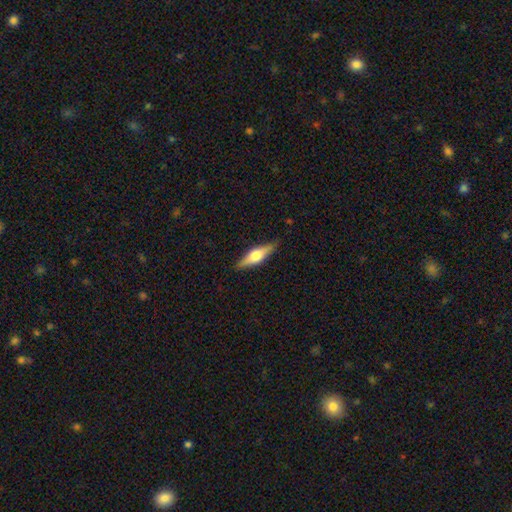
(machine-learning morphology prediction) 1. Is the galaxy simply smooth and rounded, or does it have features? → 57% featured or disk, 37% smooth, 6% star or artifact.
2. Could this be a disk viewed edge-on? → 95% yes, 5% no.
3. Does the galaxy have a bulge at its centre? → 91% rounded, 7% boxy, 2% none.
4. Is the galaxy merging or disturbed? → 87% none, 10% minor disturbance, 2% major disturbance, 1% merger.